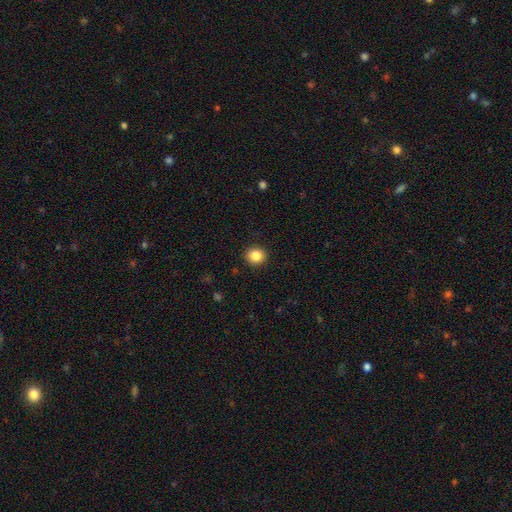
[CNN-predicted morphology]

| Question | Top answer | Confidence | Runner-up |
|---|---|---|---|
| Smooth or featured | smooth | 86% | star or artifact (10%) |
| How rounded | round | 86% | in between (13%) |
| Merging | none | 91% | minor disturbance (6%) |